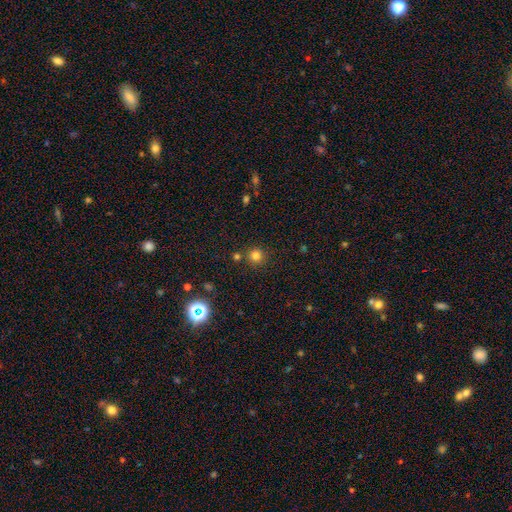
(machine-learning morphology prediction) A smooth galaxy with no disk features (77%) that is round (94%).

Vote fractions:
- Smooth or featured? smooth: 77% / star or artifact: 18% / featured or disk: 5%
- How rounded? round: 94% / in between: 5% / cigar-shaped: 1%
- Merging? none: 82% / merger: 8% / minor disturbance: 7% / major disturbance: 3%